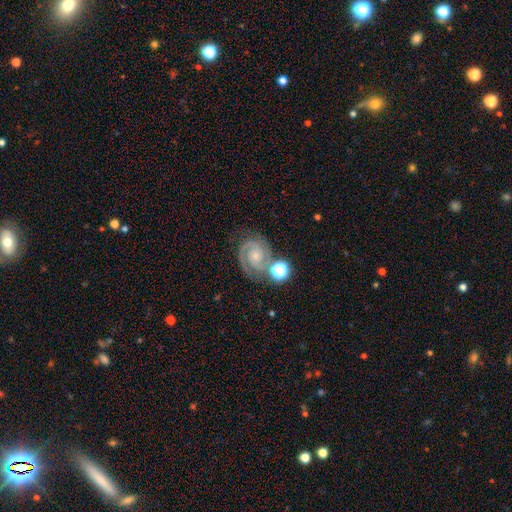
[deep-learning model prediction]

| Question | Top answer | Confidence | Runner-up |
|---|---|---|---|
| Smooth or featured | featured or disk | 86% | star or artifact (7%) |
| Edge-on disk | no | 98% | yes (2%) |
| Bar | no | 70% | weak (24%) |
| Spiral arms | yes | 98% | no (2%) |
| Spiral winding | tight | 63% | medium (33%) |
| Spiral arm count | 2 | 84% | 3 (7%) |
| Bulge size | small | 65% | moderate (24%) |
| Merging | none | 68% | minor disturbance (15%) |